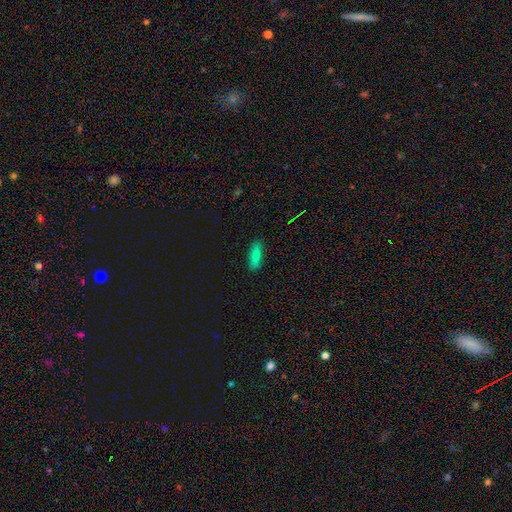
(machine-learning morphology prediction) A smooth galaxy with no disk features (83%) that is in between round and cigar-shaped (53%).

Vote fractions:
- Smooth or featured? smooth: 83% / featured or disk: 8% / star or artifact: 8%
- How rounded? in between: 53% / cigar-shaped: 45% / round: 2%
- Merging? none: 88% / minor disturbance: 9% / major disturbance: 2% / merger: 1%